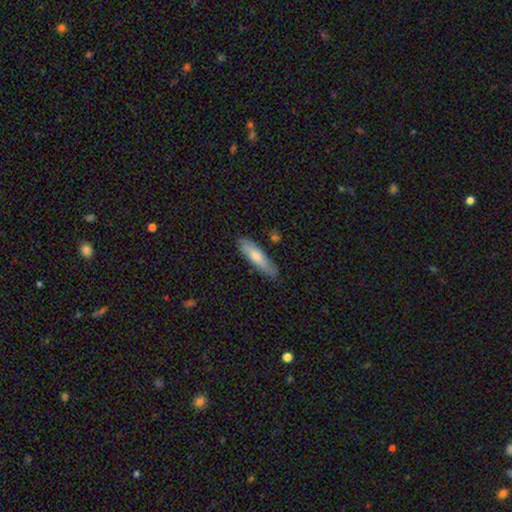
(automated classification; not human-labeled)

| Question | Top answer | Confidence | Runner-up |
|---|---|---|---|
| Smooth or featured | smooth | 66% | featured or disk (28%) |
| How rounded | cigar-shaped | 73% | in between (26%) |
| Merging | none | 78% | minor disturbance (17%) |